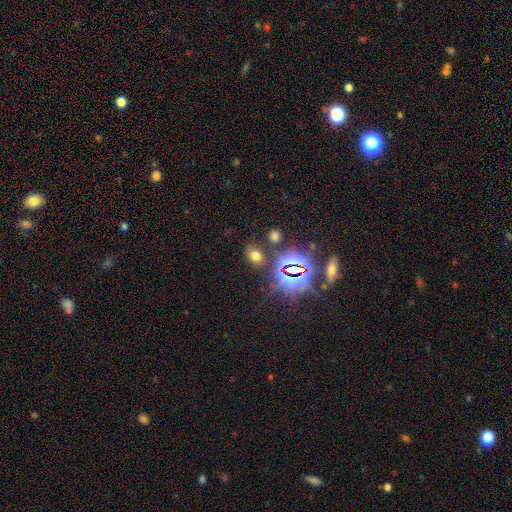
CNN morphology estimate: Overall: smooth (58%; star or artifact 34%). How rounded: in between (70%). Merging: none (79%).